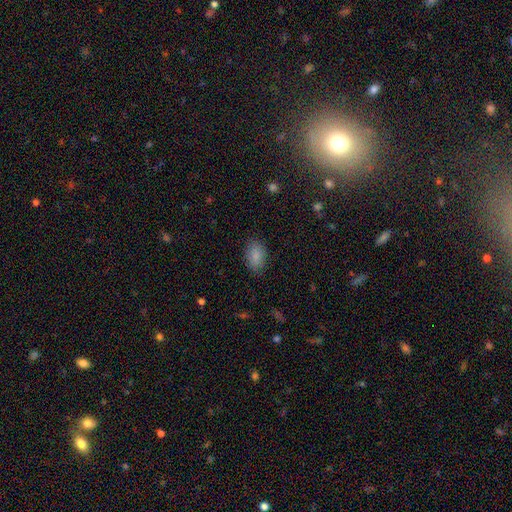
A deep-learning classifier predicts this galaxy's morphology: This is clearly a smooth galaxy (87%). How rounded: clearly in between (89%). Merging: clearly none (83%).